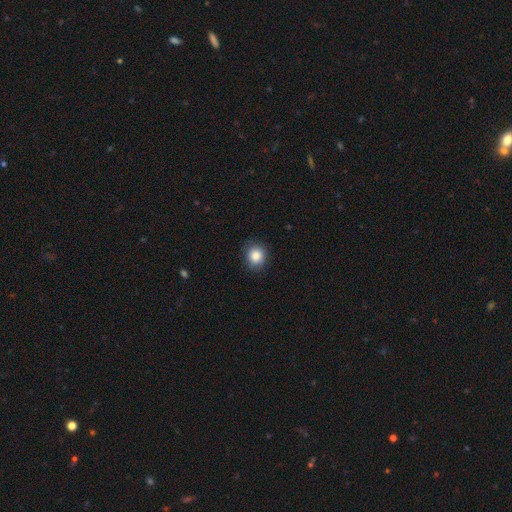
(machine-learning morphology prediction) Smooth or featured?
  - smooth: 85% *
  - star or artifact: 9%
  - featured or disk: 5%
How rounded?
  - round: 81% *
  - in between: 18%
  - cigar-shaped: 1%
Merging?
  - none: 85% *
  - minor disturbance: 12%
  - major disturbance: 3%
  - merger: 1%